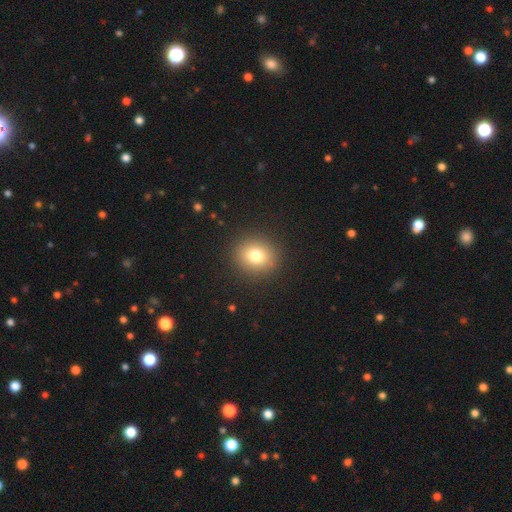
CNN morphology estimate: Smooth or featured? Predicted: smooth (p=0.78). How rounded? Predicted: round (p=0.82). Merging? Predicted: none (p=0.90).